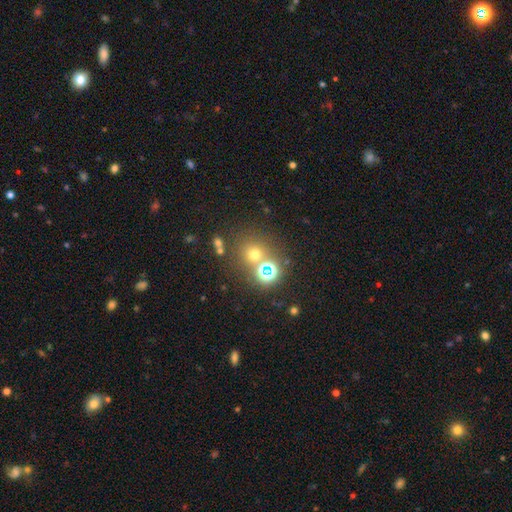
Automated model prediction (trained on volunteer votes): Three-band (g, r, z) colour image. It shows a smooth galaxy with no disk features (52%) that is round (88%). Merging: none (70%).